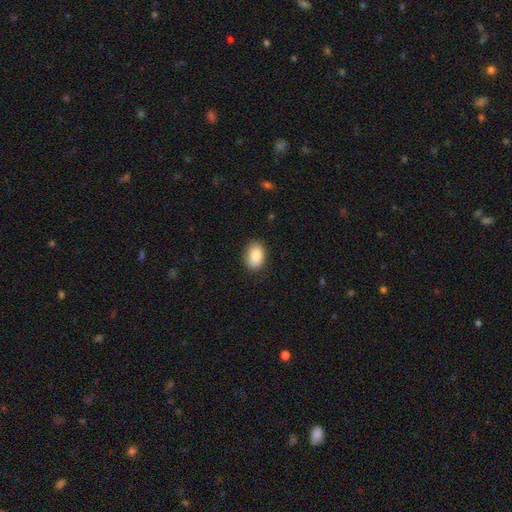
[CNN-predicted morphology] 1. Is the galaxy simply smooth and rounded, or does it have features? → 88% smooth, 7% star or artifact, 5% featured or disk.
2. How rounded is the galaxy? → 84% in between, 14% round, 1% cigar-shaped.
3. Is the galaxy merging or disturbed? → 86% none, 10% minor disturbance, 2% major disturbance, 1% merger.